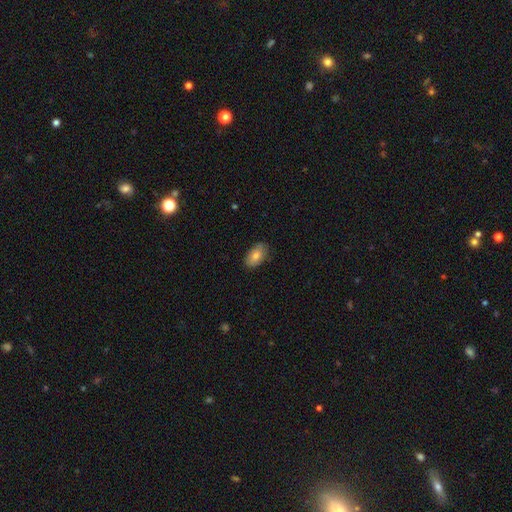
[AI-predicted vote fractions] smooth-or-featured: smooth: 78% | featured or disk: 15% | star or artifact: 7%
  how-rounded: in between: 92% | round: 6% | cigar-shaped: 2%
  merging: none: 80% | minor disturbance: 16% | major disturbance: 3% | merger: 1%